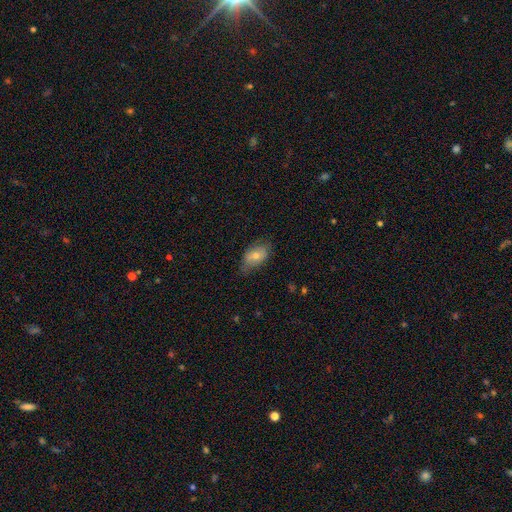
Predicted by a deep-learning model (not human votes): Smooth or featured? Predicted: smooth (p=0.60). How rounded? Predicted: in between (p=0.89). Merging? Predicted: none (p=0.68).